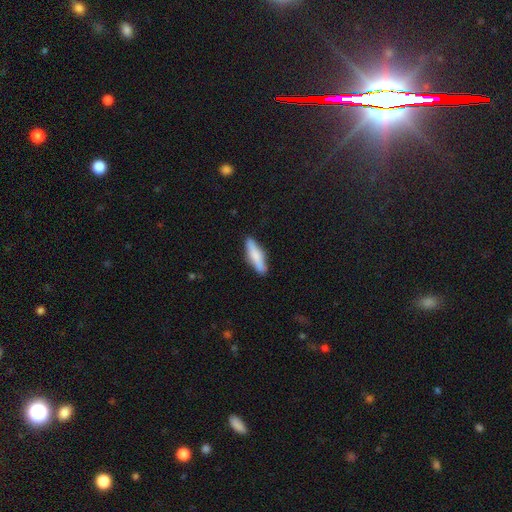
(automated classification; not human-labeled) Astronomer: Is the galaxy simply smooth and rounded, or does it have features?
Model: smooth — 69%.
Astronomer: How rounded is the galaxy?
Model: cigar-shaped — 75%.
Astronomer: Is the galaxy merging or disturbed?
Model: none — 87%.